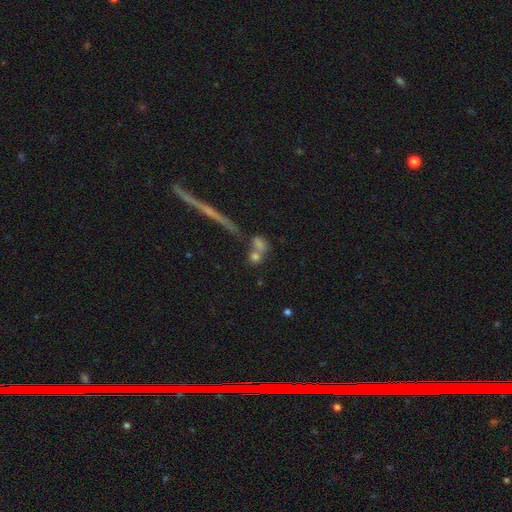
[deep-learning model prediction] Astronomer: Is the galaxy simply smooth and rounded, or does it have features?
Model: smooth — 61%.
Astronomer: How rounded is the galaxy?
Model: round — 58%.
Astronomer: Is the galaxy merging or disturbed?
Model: none — 46% (runner-up: merger, 39%).